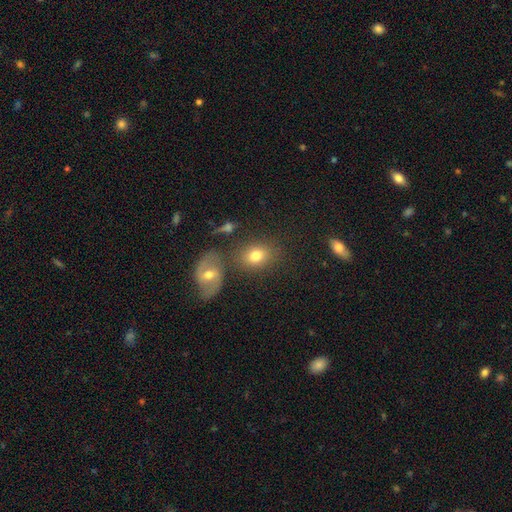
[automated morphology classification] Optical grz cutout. It shows a smooth galaxy with no disk features (73%) that is in between round and cigar-shaped (60%). Merging: none (69%).